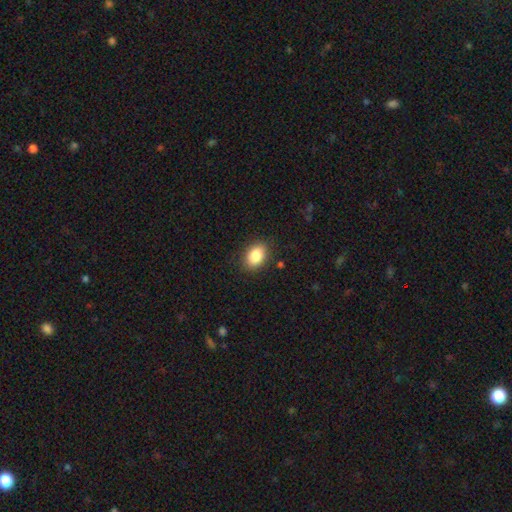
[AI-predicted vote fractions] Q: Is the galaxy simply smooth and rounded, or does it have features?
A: smooth — 86%.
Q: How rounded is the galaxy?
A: in between — 81%.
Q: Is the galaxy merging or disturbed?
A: none — 87%.